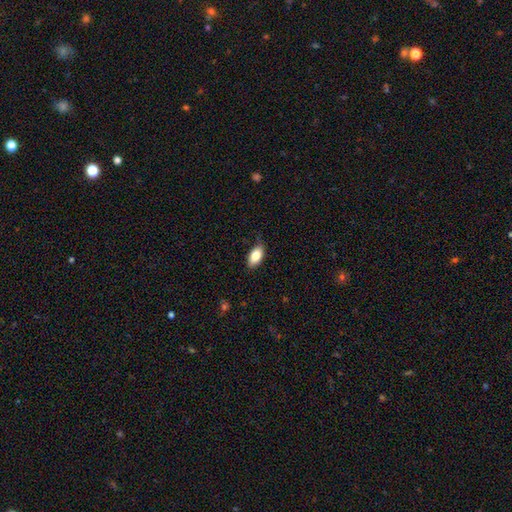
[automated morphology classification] A smooth galaxy with no disk features (82%) that is in between round and cigar-shaped (91%). Merging: none (76%).